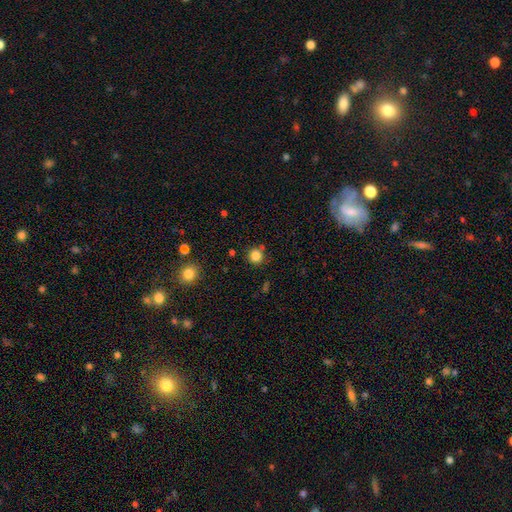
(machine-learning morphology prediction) This appears to be a smooth galaxy with no disk features (83%) that is round (92%). Merging: none (82%).